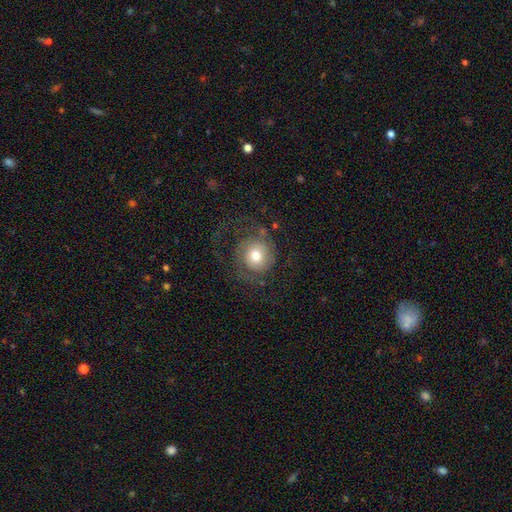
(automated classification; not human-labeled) smooth_or_featured: smooth (p=0.48) [alt: featured or disk p=0.43]
merging: none (p=0.55) [alt: major disturbance p=0.27]